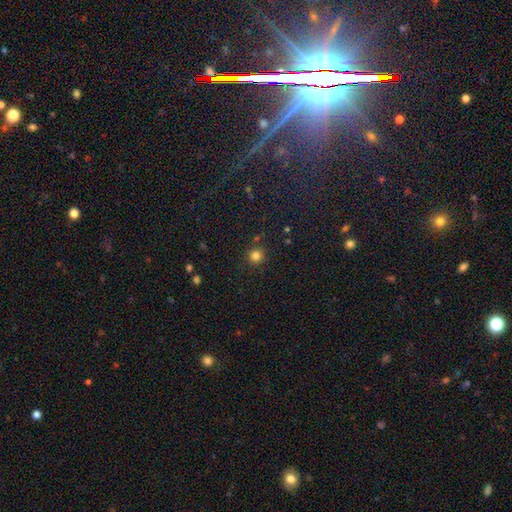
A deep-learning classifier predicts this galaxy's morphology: This appears to be a smooth galaxy with no disk features (82%) that is round (94%). Merging: none (88%).